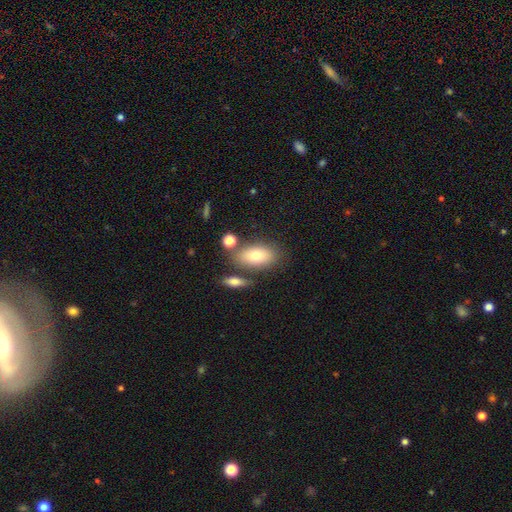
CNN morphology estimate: This is likely a smooth galaxy (73%). How rounded: clearly in between (88%). Merging: likely none (68%).